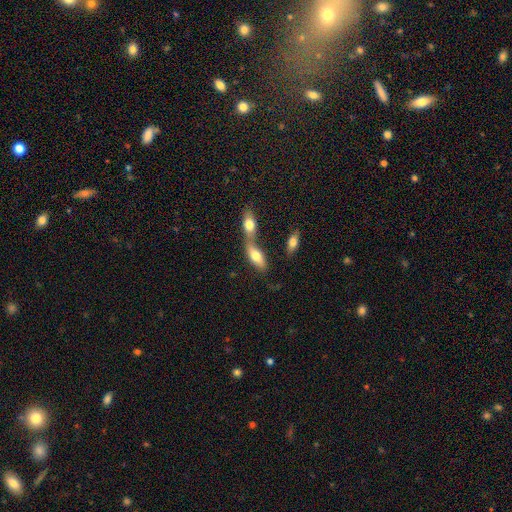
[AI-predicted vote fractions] The model was most divided on "merging": merger: 61%, none: 26%, minor disturbance: 8%, major disturbance: 4%. More confident: how rounded — in between (80%); smooth or featured — smooth (73%).